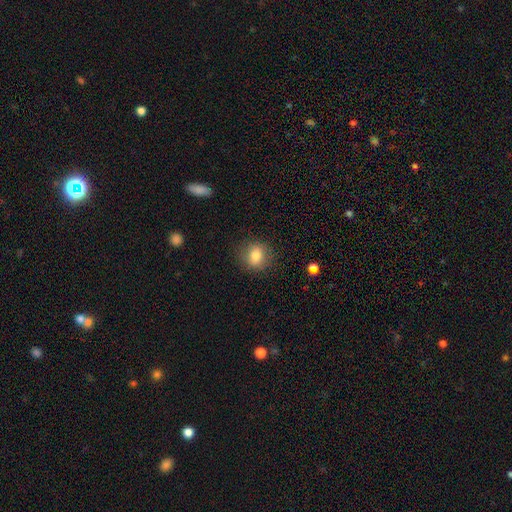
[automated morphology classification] This is clearly a smooth galaxy (82%). How rounded: likely round (75%). Merging: clearly none (83%).